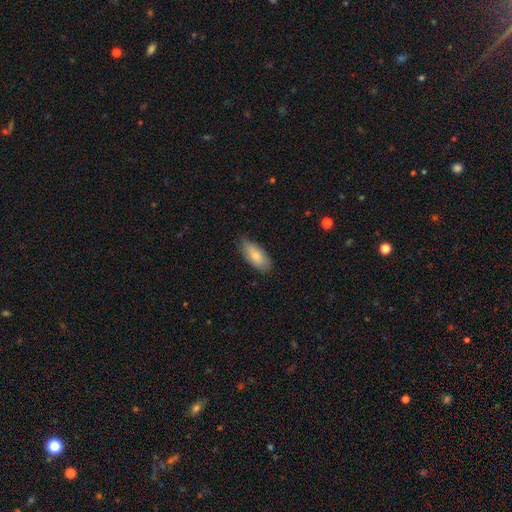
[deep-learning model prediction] Smooth or featured? smooth (78%)
How rounded? in between (86%)
Merging? none (72%)